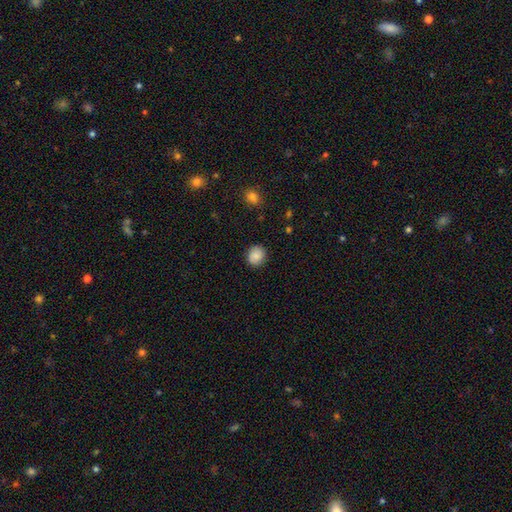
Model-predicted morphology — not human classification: smooth-or-featured: smooth: 86% | star or artifact: 8% | featured or disk: 6%
  how-rounded: round: 78% | in between: 21% | cigar-shaped: 1%
  merging: none: 87% | minor disturbance: 9% | major disturbance: 2% | merger: 1%